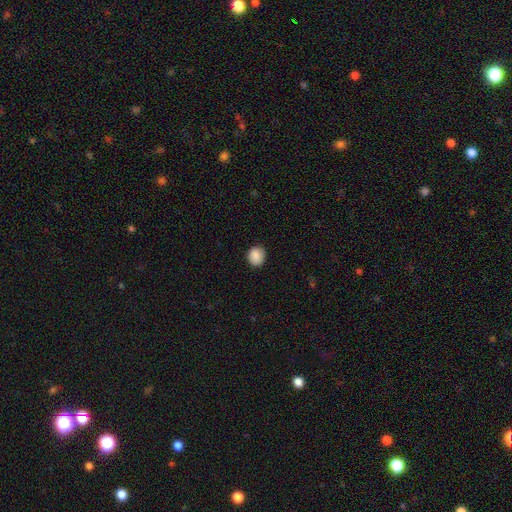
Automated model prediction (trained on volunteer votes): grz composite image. It shows a smooth galaxy with no disk features (88%) that is round (77%). Merging: none (86%).